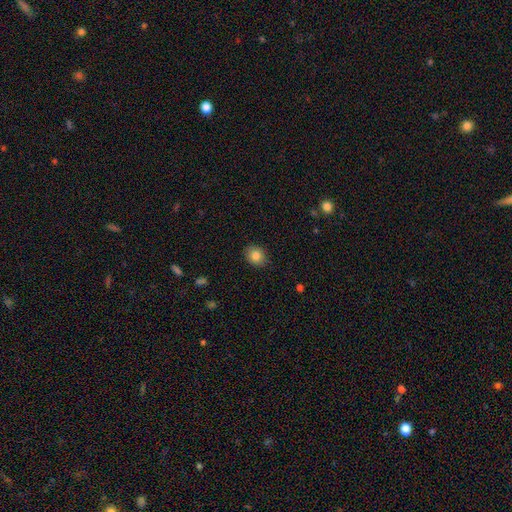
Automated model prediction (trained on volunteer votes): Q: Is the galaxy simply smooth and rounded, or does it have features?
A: smooth — 84%.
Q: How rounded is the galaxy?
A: round — 59%.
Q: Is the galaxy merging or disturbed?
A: none — 88%.